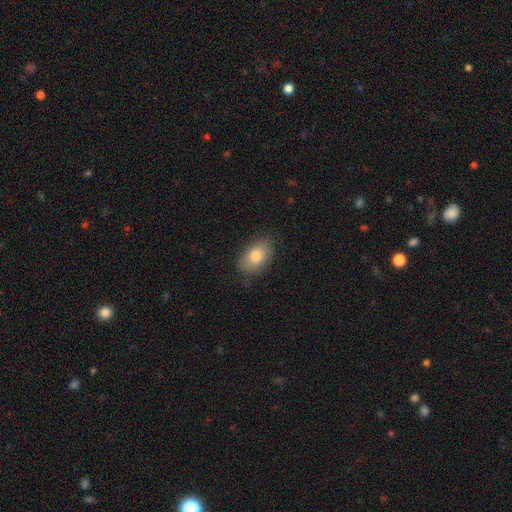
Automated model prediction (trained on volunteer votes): Smooth or featured?
  - smooth: 79% *
  - featured or disk: 13%
  - star or artifact: 8%
How rounded?
  - in between: 87% *
  - round: 11%
  - cigar-shaped: 2%
Merging?
  - none: 78% *
  - minor disturbance: 17%
  - major disturbance: 4%
  - merger: 1%